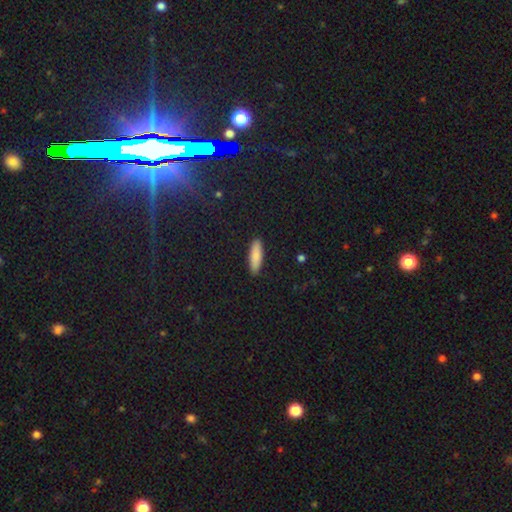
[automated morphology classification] Smooth or featured: smooth — 86% (featured or disk — 8%)
How rounded: cigar-shaped — 59% (in between — 40%)
Merging: none — 91% (minor disturbance — 7%)